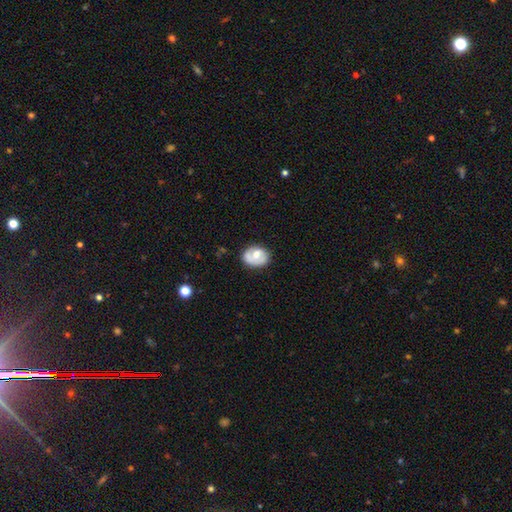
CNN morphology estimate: This is possibly a smooth galaxy (54%). How rounded: possibly in between (60%). Merging: likely none (63%).